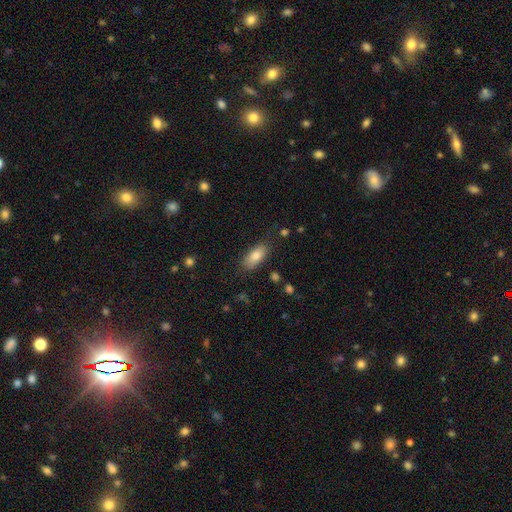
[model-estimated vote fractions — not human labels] This appears to be a smooth galaxy with no disk features (80%) that is in between round and cigar-shaped (82%). Merging: none (81%).